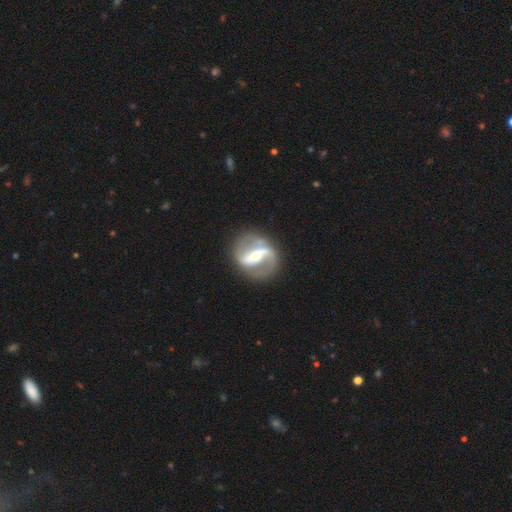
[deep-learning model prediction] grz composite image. It shows a featured or disk galaxy (86%) with a strong bar (60%), 2 (89%) medium (45%) spiral arms (89%) and a small central bulge (49%). Merging: none (79%).